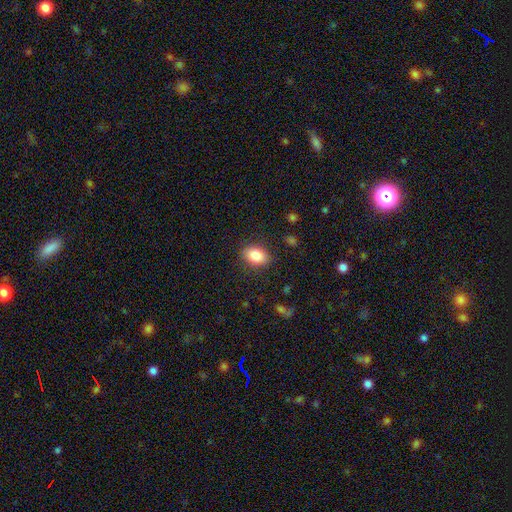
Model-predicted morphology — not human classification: The model was most divided on "how rounded": in between: 80%, round: 18%, cigar-shaped: 1%. More confident: smooth or featured — smooth (86%); merging — none (85%).